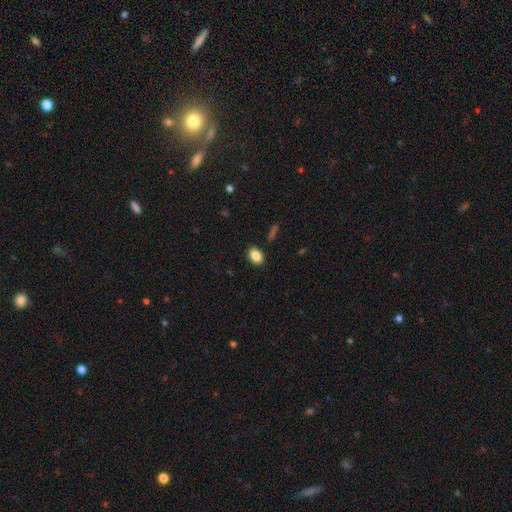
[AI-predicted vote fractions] Smooth or featured? smooth (86%)
How rounded? in between (80%)
Merging? none (88%)